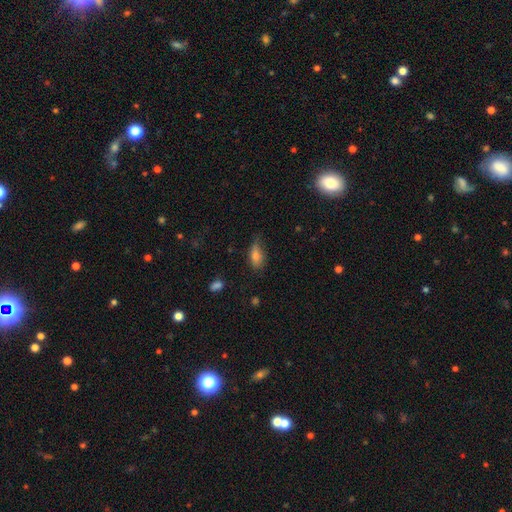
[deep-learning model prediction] Smooth or featured? smooth (78%)
How rounded? in between (84%)
Merging? none (52%)